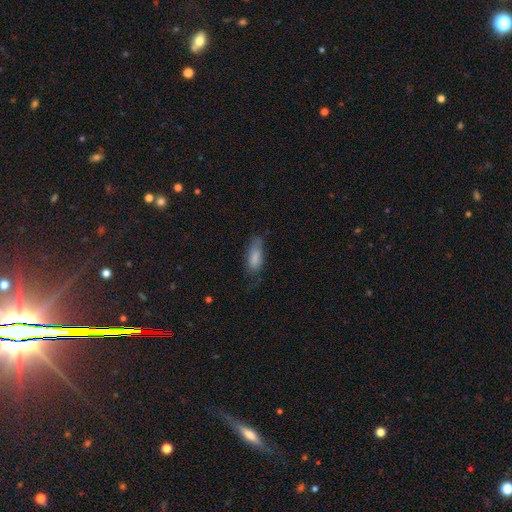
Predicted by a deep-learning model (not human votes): Smooth or featured? smooth (70%)
How rounded? in between (63%)
Merging? none (57%)